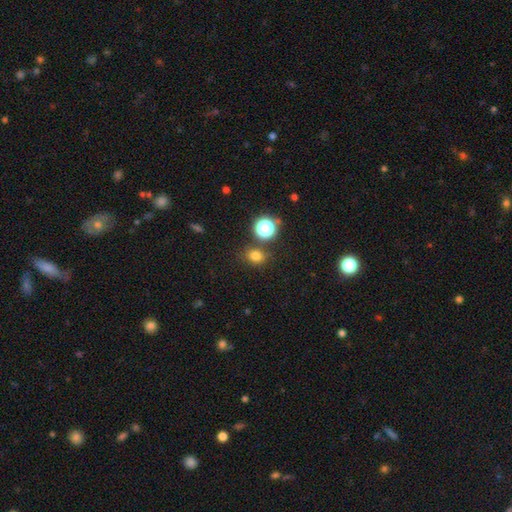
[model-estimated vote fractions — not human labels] This appears to be a smooth galaxy with no disk features (75%) that is round (65%). Merging: none (78%).